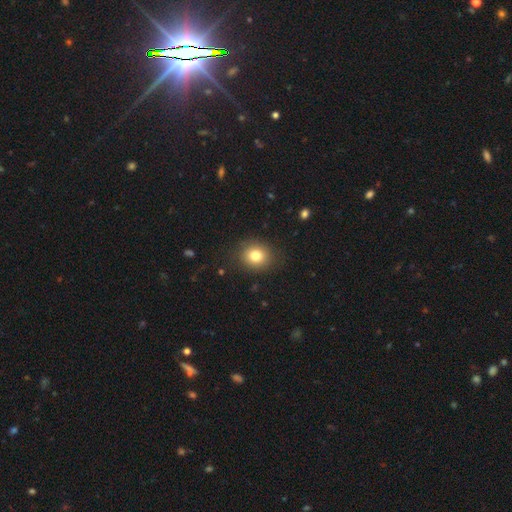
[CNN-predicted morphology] A smooth galaxy with no disk features (80%) that is round (78%). Merging: none (88%).